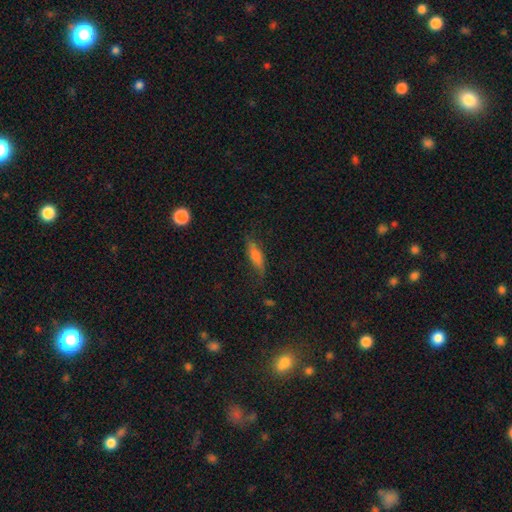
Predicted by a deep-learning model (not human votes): Smooth or featured? smooth (62%)
How rounded? cigar-shaped (63%)
Merging? none (72%)